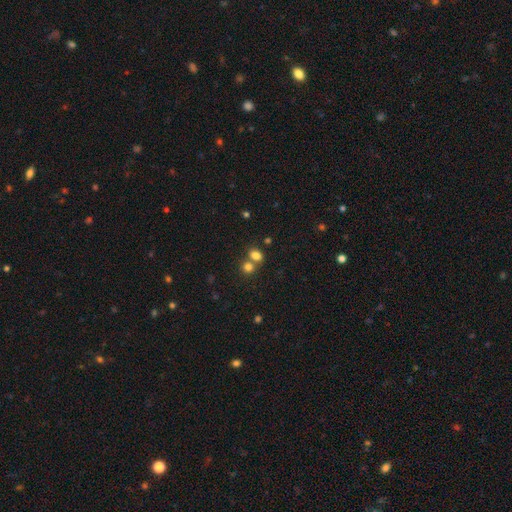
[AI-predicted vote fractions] smooth 79%, star or artifact 13%, featured or disk 8%. Down the decision tree: how rounded — in between (55%); merging — none (46%).